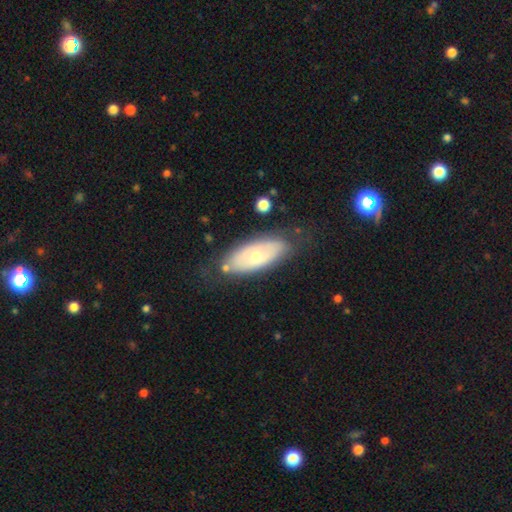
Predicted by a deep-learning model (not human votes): This is possibly a smooth galaxy (51%). How rounded: clearly in between (81%). Merging: likely none (70%).